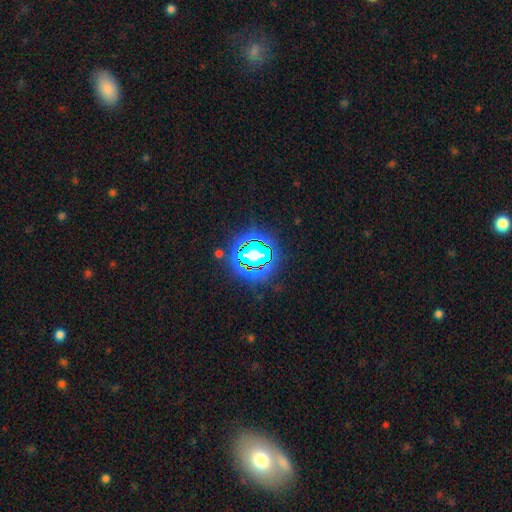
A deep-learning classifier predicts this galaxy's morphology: Smooth or featured? star or artifact (65%)